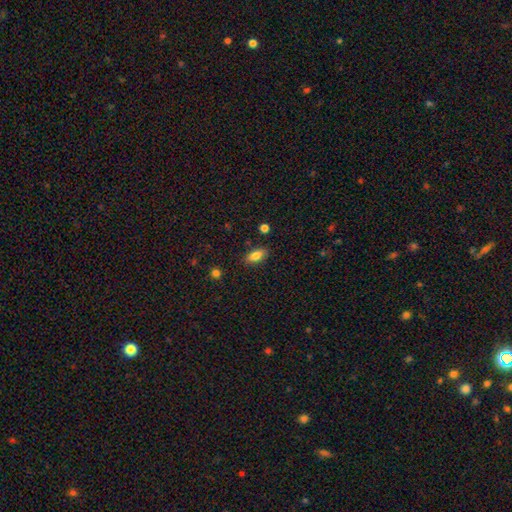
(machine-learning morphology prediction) smooth-or-featured: smooth: 78% | featured or disk: 14% | star or artifact: 8%
  how-rounded: in between: 84% | cigar-shaped: 13% | round: 4%
  merging: none: 86% | minor disturbance: 10% | major disturbance: 2% | merger: 2%